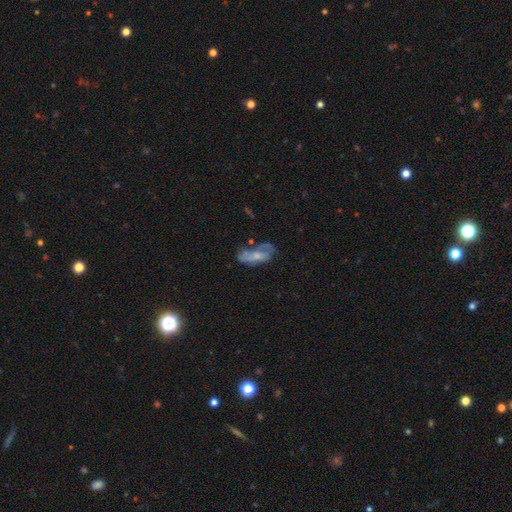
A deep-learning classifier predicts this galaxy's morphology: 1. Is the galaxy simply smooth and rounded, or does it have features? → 47% smooth, 45% featured or disk, 9% star or artifact.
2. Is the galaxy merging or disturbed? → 39% none, 28% minor disturbance, 24% major disturbance, 8% merger.